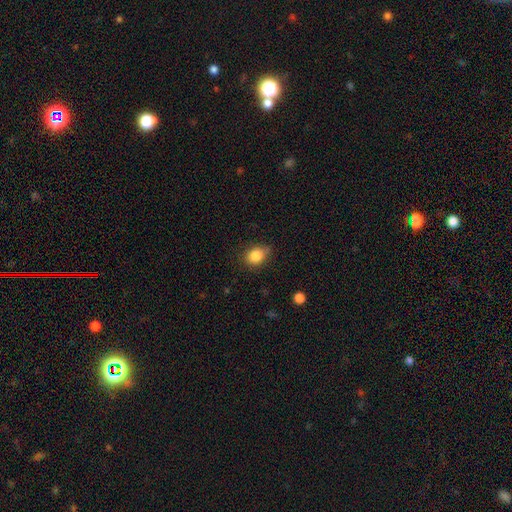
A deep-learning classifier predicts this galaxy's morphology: Smooth or featured: smooth — 85% (star or artifact — 9%)
How rounded: in between — 52% (round — 47%)
Merging: none — 73% (minor disturbance — 21%)